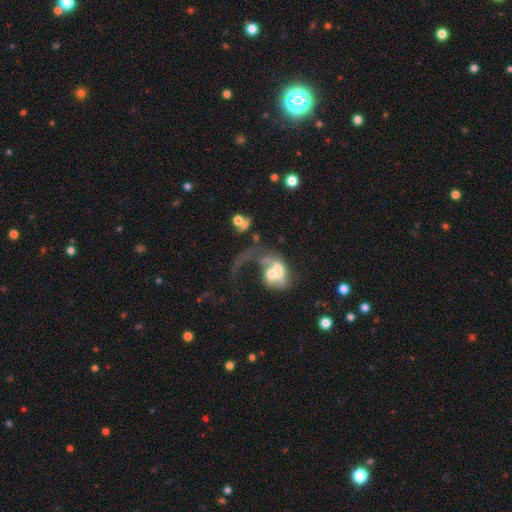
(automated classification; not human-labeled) smooth_or_featured: featured or disk (p=0.52) [alt: star or artifact p=0.24]
disk_edge_on: no (p=0.94) [alt: yes p=0.06]
merging: none (p=0.33) [tied with: major disturbance p=0.33]